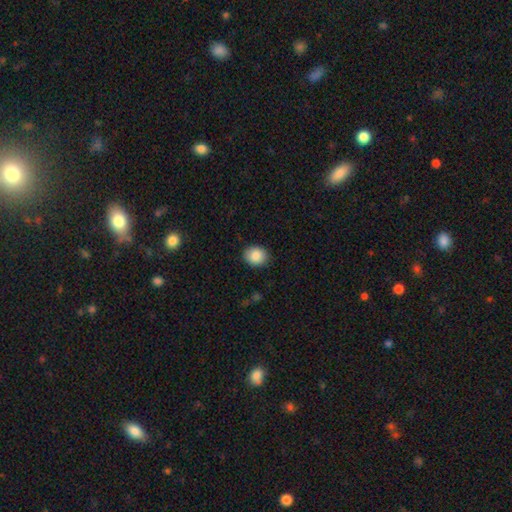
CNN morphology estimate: smooth 87%, star or artifact 8%, featured or disk 5%. Down the decision tree: how rounded — round (60%); merging — none (87%).